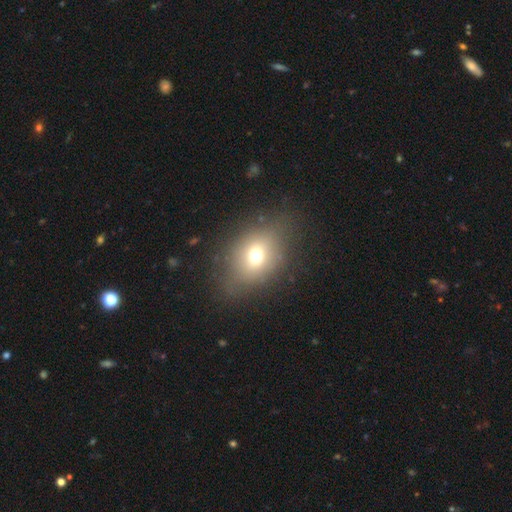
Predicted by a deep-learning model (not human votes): Q: Smooth or featured?
A: smooth (66%); runner-up: featured or disk (17%)
Q: How rounded?
A: in between (52%); runner-up: round (46%)
Q: Merging?
A: none (75%); runner-up: minor disturbance (15%)